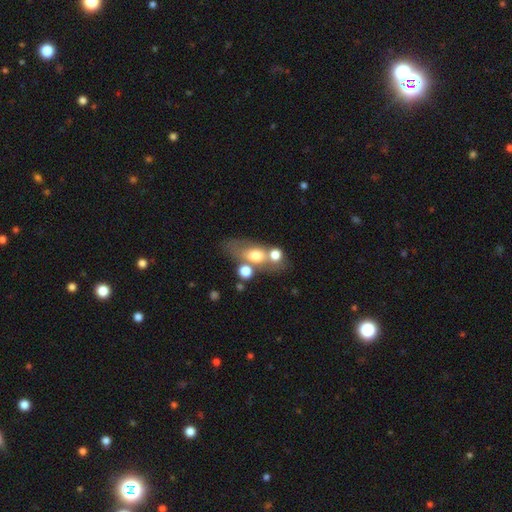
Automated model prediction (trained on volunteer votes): smooth_or_featured: smooth (p=0.60) [alt: featured or disk p=0.29]
how_rounded: in between (p=0.66) [alt: round p=0.26]
merging: none (p=0.41) [alt: merger p=0.36]